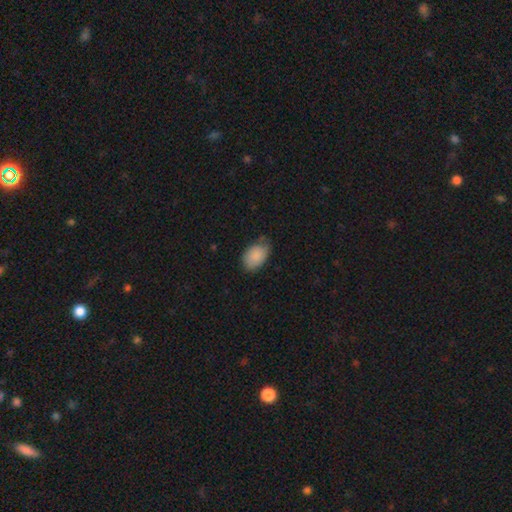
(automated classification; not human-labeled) Overall: smooth (86%). How rounded: in between (89%). Merging: none (64%; minor disturbance 30%).